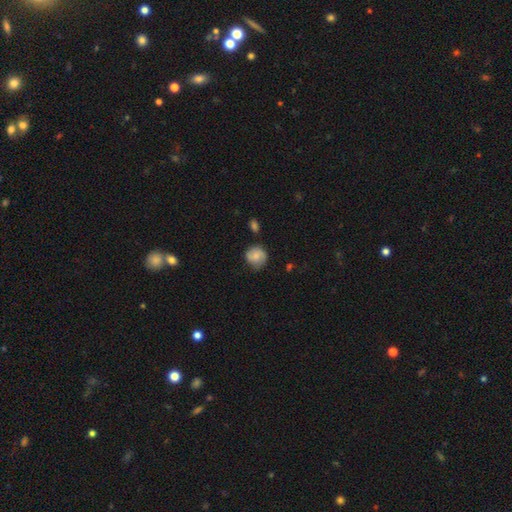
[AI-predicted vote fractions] A smooth galaxy with no disk features (55%) that is round (83%). Merging: none (67%).